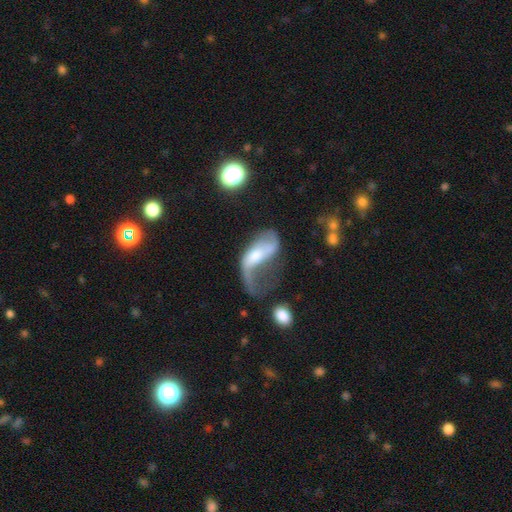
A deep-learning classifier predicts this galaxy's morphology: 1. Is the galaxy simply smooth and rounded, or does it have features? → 70% featured or disk, 22% smooth, 8% star or artifact.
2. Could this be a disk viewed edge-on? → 92% no, 8% yes.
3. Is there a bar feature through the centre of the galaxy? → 48% no, 33% weak, 19% strong.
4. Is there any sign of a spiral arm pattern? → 78% yes, 22% no.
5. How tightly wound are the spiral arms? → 81% loose, 14% medium, 4% tight.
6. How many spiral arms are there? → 60% 2, 30% 1, 6% can't tell, 1% 3, 1% 4, 1% more than 4.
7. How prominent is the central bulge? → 57% moderate, 32% small, 7% large, 3% none, 2% dominant.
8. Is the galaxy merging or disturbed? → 52% major disturbance, 21% none, 16% minor disturbance, 11% merger.